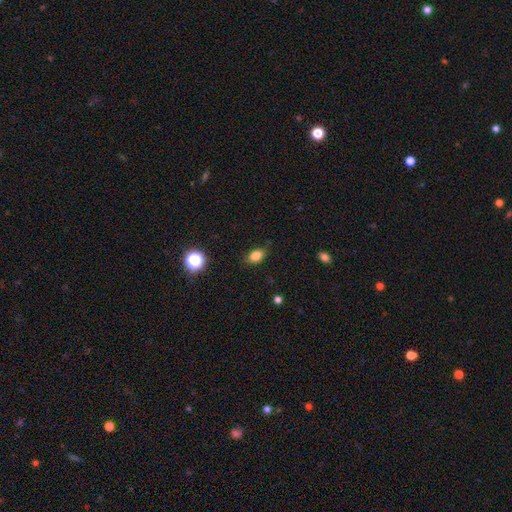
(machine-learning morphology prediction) type=smooth (82%); roundness=in between (82%); merging=none (84%).